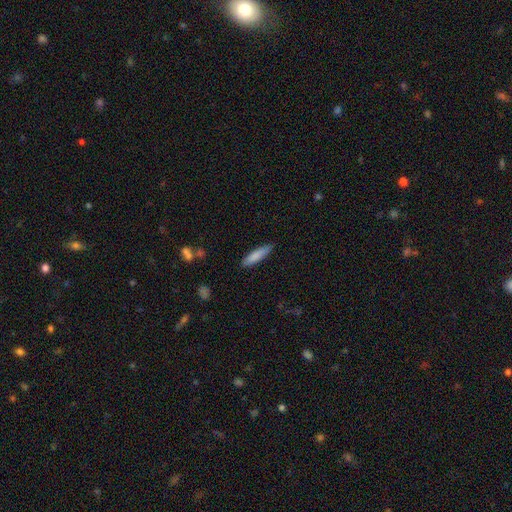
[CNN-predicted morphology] A smooth galaxy with no disk features (82%) that is cigar-shaped (80%).

Vote fractions:
- Smooth or featured? smooth: 82% / featured or disk: 12% / star or artifact: 6%
- How rounded? cigar-shaped: 80% / in between: 19% / round: 1%
- Merging? none: 85% / minor disturbance: 12% / major disturbance: 2% / merger: 1%